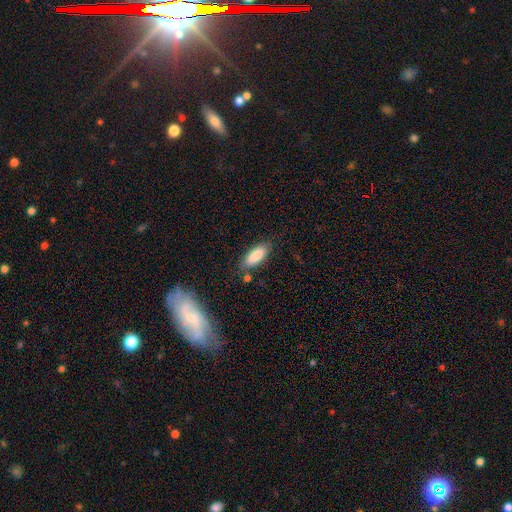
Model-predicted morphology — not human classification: A smooth galaxy with no disk features (87%) that is in between round and cigar-shaped (75%). Merging: none (77%).